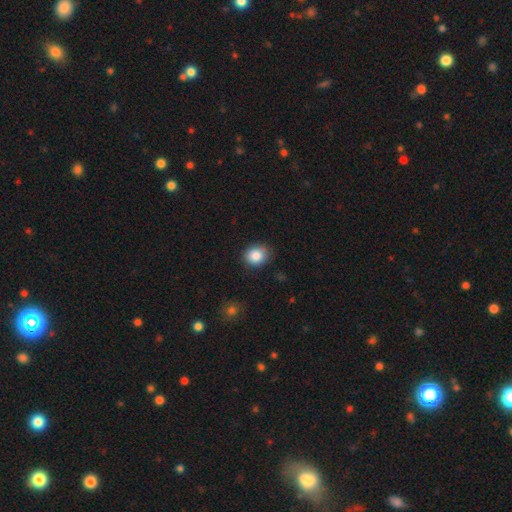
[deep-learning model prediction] A smooth galaxy with no disk features (86%) that is round (66%). Merging: none (82%).